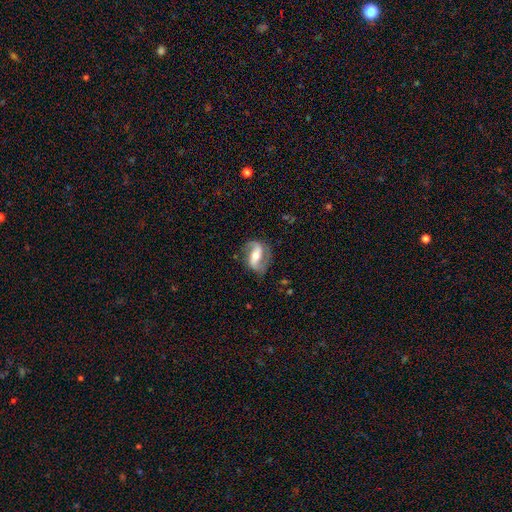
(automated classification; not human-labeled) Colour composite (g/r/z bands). It shows a featured or disk galaxy (85%) with a strong bar (47%), 2 (91%) medium (46%) spiral arms (94%) and a moderate central bulge (63%). Merging: none (77%).